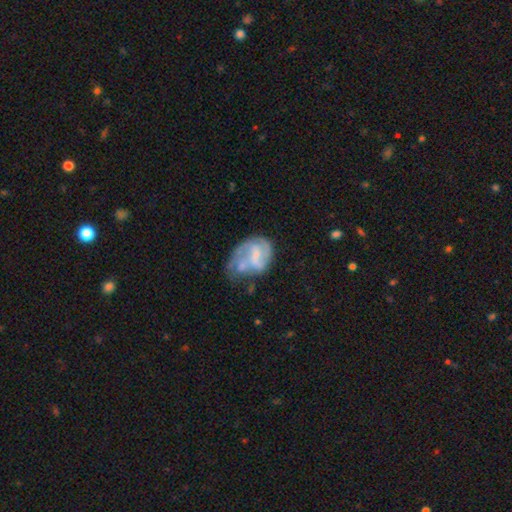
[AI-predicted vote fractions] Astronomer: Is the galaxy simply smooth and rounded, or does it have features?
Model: featured or disk — 66%.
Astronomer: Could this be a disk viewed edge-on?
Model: no — 98%.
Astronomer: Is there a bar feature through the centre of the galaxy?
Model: weak — 45% (runner-up: no, 42%).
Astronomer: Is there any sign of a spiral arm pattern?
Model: yes — 69%.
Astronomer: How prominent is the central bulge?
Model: small — 50% (runner-up: moderate, 25%).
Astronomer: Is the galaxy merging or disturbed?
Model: major disturbance — 29% (runner-up: none, 27%).